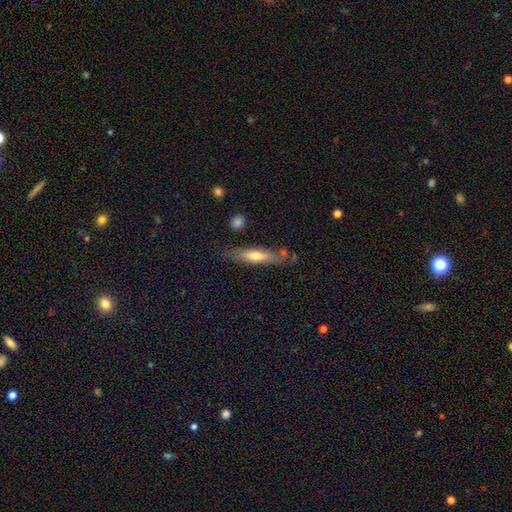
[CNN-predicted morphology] type=smooth (53%); roundness=cigar-shaped (79%); merging=none (74%).